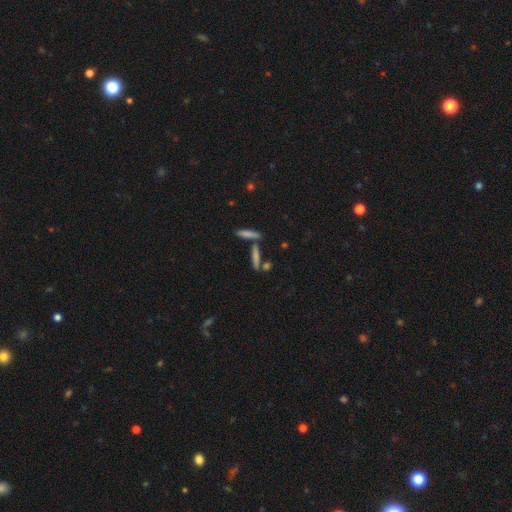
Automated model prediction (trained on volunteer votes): Smooth or featured: smooth — 48% (featured or disk — 35%)
Merging: none — 65% (merger — 22%)